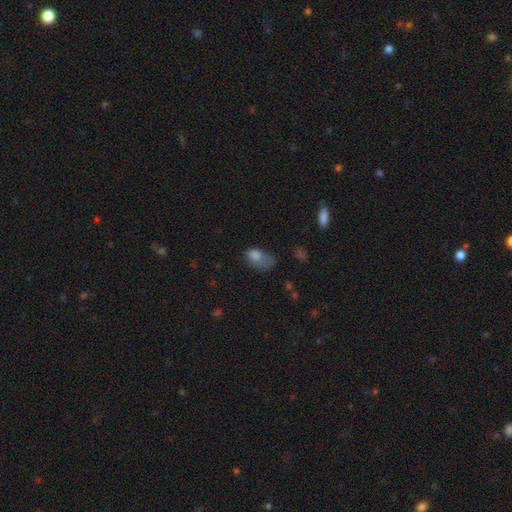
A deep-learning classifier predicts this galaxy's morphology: type=smooth (74%); roundness=in between (85%); merging=major disturbance (37%).